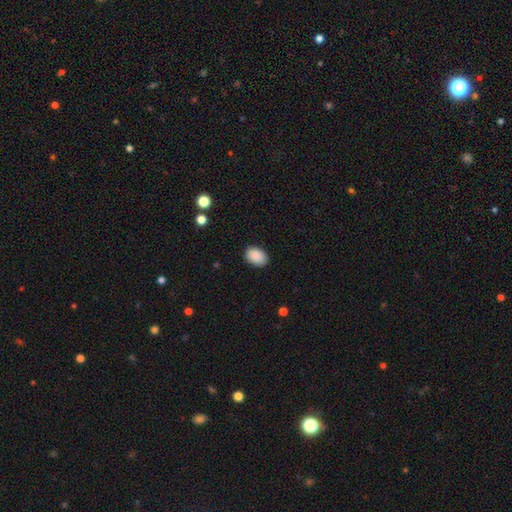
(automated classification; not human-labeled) Q: Smooth or featured?
A: smooth (90%); runner-up: star or artifact (7%)
Q: How rounded?
A: in between (82%); runner-up: round (17%)
Q: Merging?
A: none (87%); runner-up: minor disturbance (10%)